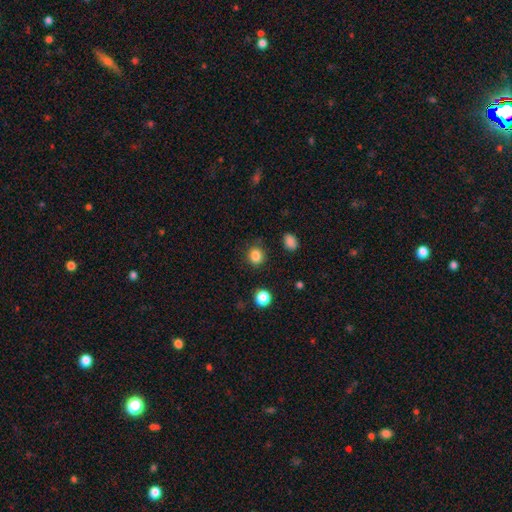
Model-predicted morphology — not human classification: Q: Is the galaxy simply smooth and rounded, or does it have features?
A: smooth — 85%.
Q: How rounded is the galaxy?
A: round — 86%.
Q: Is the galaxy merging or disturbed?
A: none — 87%.